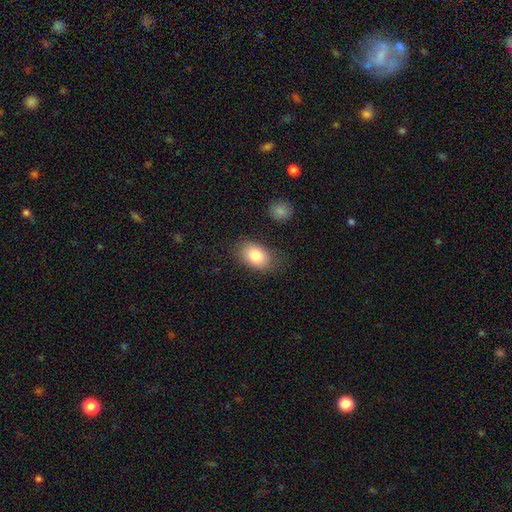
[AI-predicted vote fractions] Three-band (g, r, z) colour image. It shows a smooth galaxy with no disk features (83%) that is in between round and cigar-shaped (86%). Merging: none (77%).